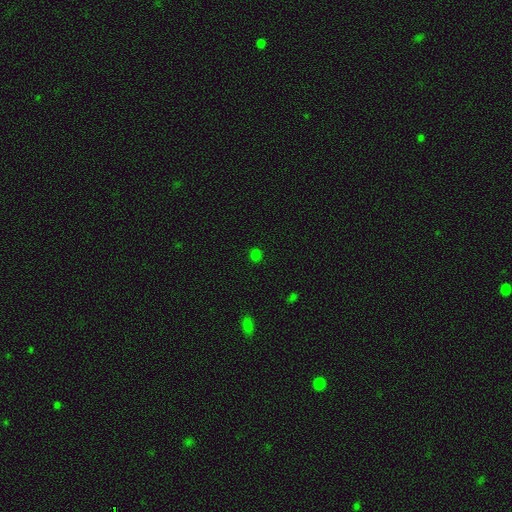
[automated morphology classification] Smooth or featured? Predicted: smooth (p=0.74). How rounded? Predicted: round (p=0.72). Merging? Predicted: none (p=0.88).